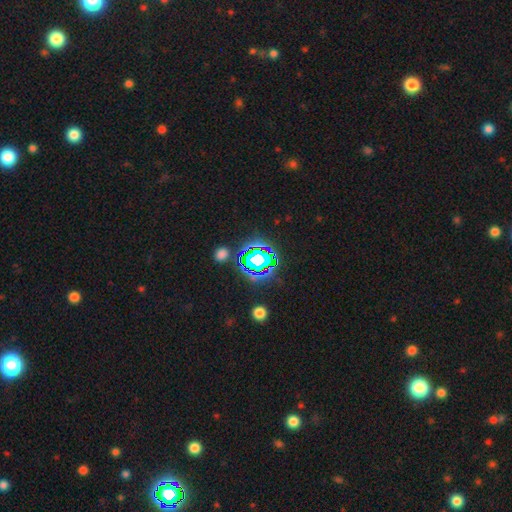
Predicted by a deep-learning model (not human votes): A star or artifact, not a galaxy (78%).

Vote fractions:
- Smooth or featured? star or artifact: 78% / smooth: 14% / featured or disk: 8%